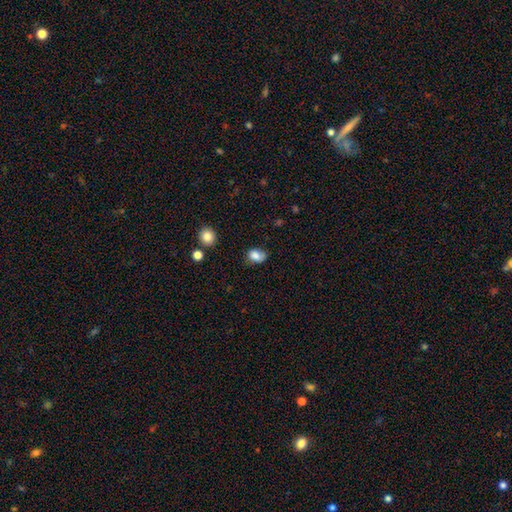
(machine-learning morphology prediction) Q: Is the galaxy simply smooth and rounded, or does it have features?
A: smooth — 82%.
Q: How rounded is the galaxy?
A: in between — 70%.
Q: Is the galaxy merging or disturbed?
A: none — 61%.